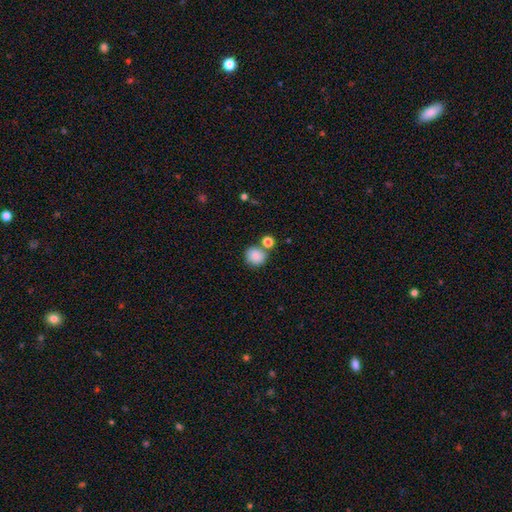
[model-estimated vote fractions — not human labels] This is clearly a smooth galaxy (87%). How rounded: clearly round (87%). Merging: likely none (69%).